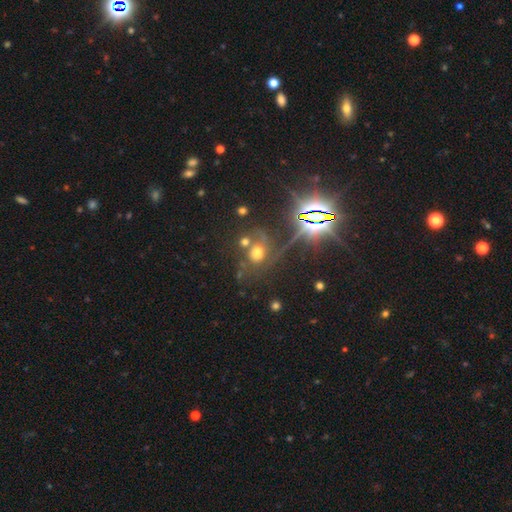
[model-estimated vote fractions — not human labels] Q: Smooth or featured?
A: star or artifact (54%); runner-up: featured or disk (25%)